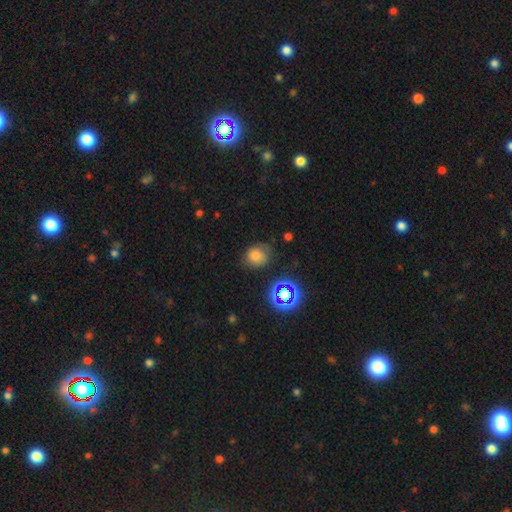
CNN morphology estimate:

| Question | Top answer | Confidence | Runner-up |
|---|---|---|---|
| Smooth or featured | smooth | 72% | star or artifact (18%) |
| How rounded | round | 70% | in between (29%) |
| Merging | none | 70% | minor disturbance (22%) |